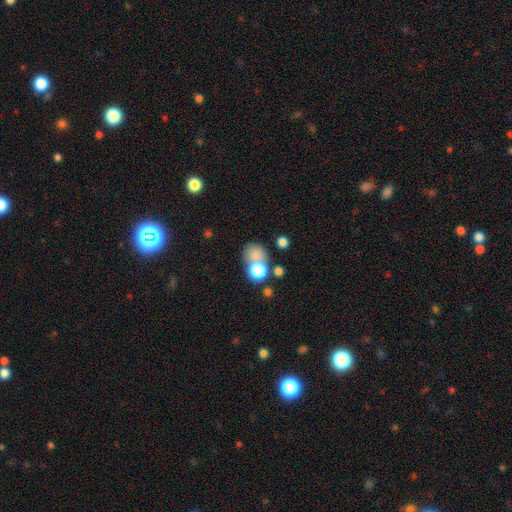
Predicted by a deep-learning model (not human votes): This appears to be a smooth galaxy with no disk features (75%) that is round (64%). Merging: merger (40%).